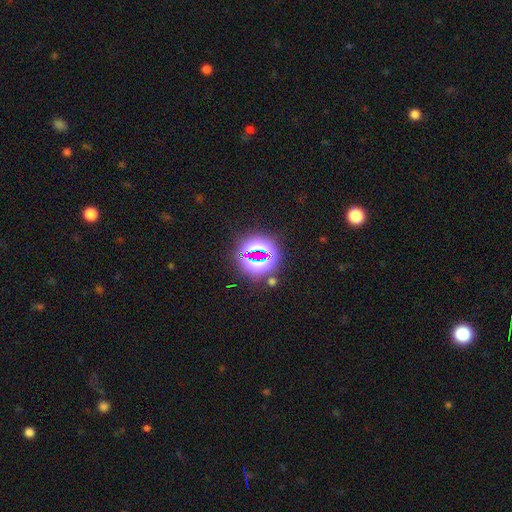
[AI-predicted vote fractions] This appears to be a star or artifact, not a galaxy (72%).